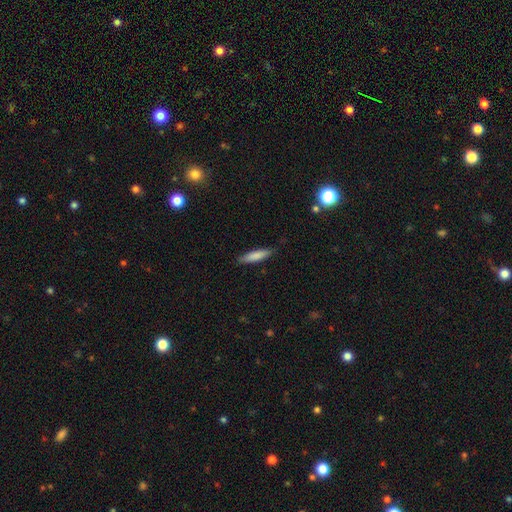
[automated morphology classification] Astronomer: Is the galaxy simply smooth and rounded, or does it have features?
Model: smooth — 81%.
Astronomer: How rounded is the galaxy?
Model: cigar-shaped — 80%.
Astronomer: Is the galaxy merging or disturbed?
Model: none — 86%.